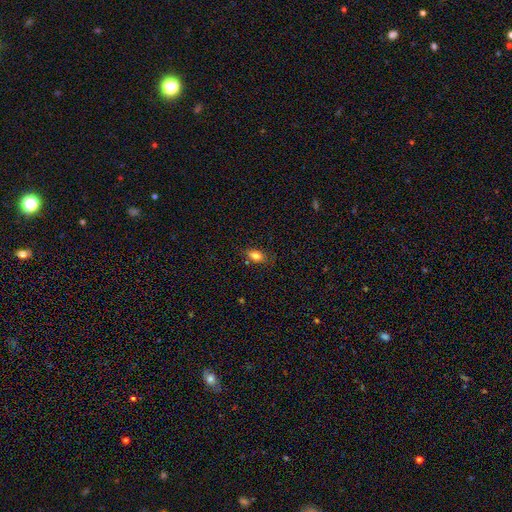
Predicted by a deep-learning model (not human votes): The model was most divided on "merging": none: 75%, minor disturbance: 18%, major disturbance: 4%, merger: 3%. More confident: how rounded — in between (84%); smooth or featured — smooth (80%).